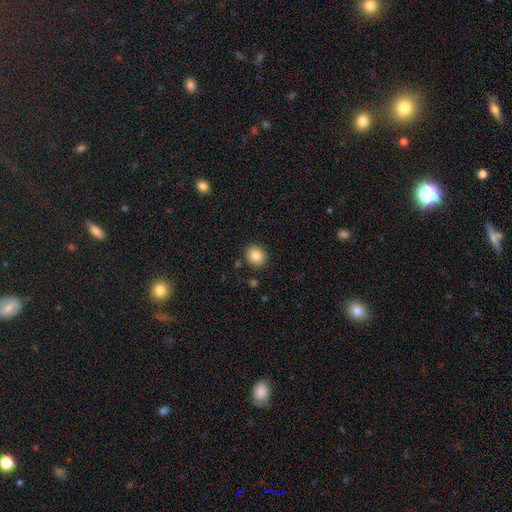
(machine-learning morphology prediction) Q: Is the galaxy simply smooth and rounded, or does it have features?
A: smooth — 84%.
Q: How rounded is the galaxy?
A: round — 77%.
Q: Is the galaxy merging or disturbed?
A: none — 88%.